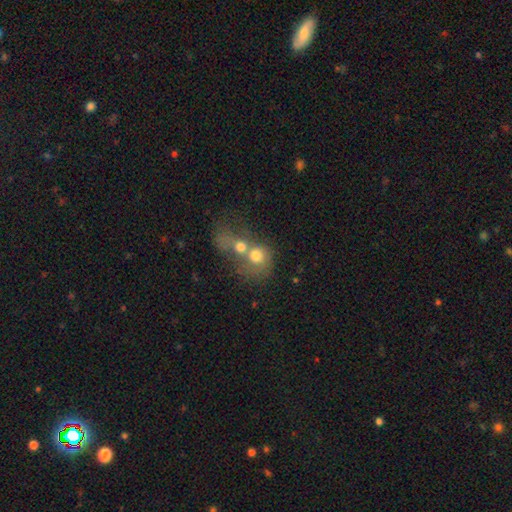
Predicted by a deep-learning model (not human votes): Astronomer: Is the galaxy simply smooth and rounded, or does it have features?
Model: smooth — 64%.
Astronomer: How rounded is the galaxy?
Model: round — 67%.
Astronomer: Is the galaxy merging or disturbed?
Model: merger — 77%.